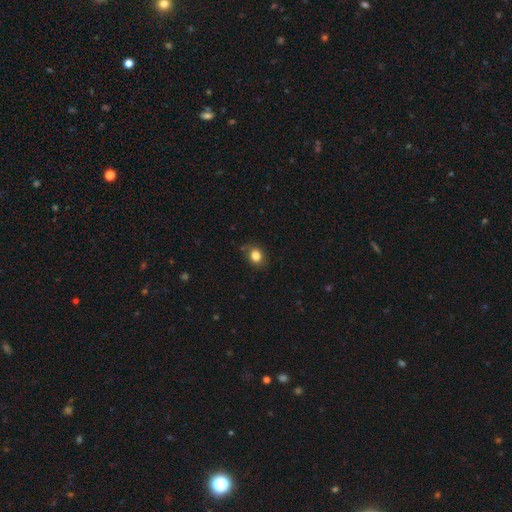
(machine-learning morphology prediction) Overall: smooth (83%). How rounded: round (58%; in between 41%). Merging: none (77%).